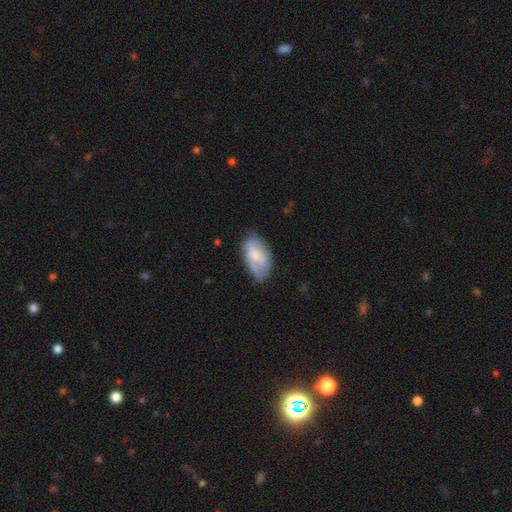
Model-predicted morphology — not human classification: Smooth or featured? smooth (62%)
How rounded? in between (94%)
Merging? none (62%)